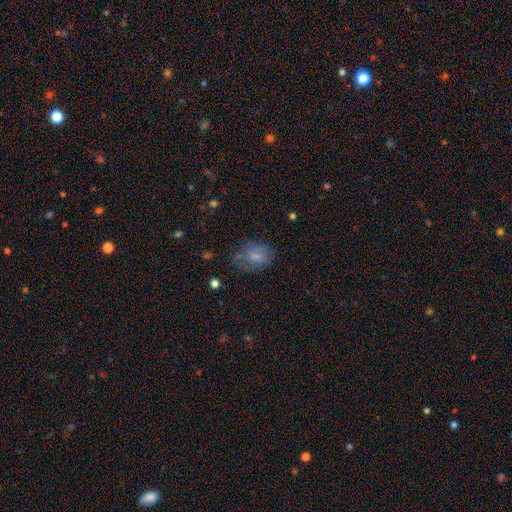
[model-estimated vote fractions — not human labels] A smooth galaxy with no disk features (71%) that is in between round and cigar-shaped (60%).

Vote fractions:
- Smooth or featured? smooth: 71% / featured or disk: 18% / star or artifact: 11%
- How rounded? in between: 60% / round: 39% / cigar-shaped: 1%
- Merging? none: 53% / minor disturbance: 26% / major disturbance: 17% / merger: 4%